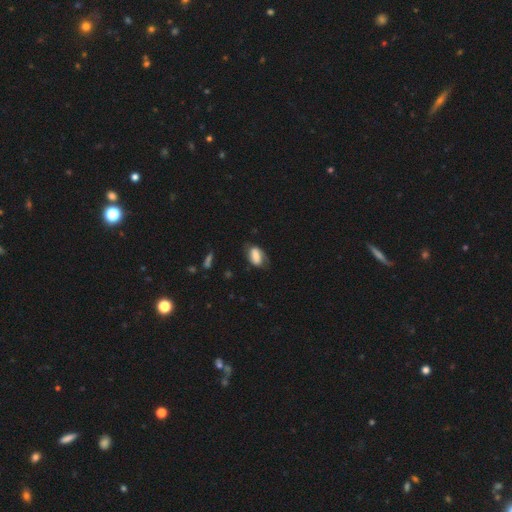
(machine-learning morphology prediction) type=smooth (64%); roundness=in between (89%); merging=none (57%).